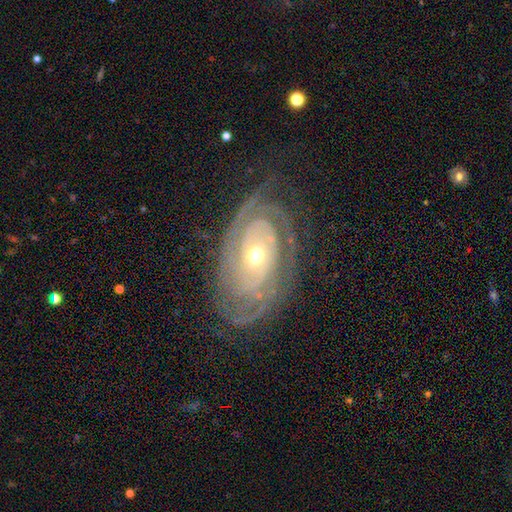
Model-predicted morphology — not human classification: This is clearly a featured or disk galaxy (88%). It is clearly not viewed edge-on (94%). Bar: likely no (72%). Spiral arm pattern: clearly yes (96%). Spiral arm count: marginally can't tell (29%). Spiral winding: clearly tight (82%). Central bulge: possibly moderate (50%). Merging: likely none (75%).